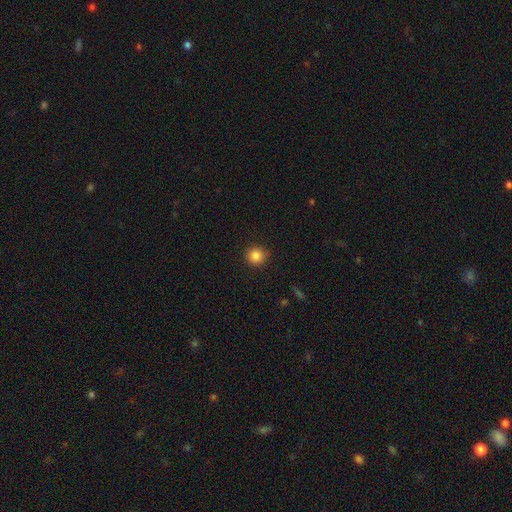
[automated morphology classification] Q: Smooth or featured?
A: smooth (85%); runner-up: star or artifact (11%)
Q: How rounded?
A: round (94%); runner-up: in between (5%)
Q: Merging?
A: none (90%); runner-up: minor disturbance (7%)